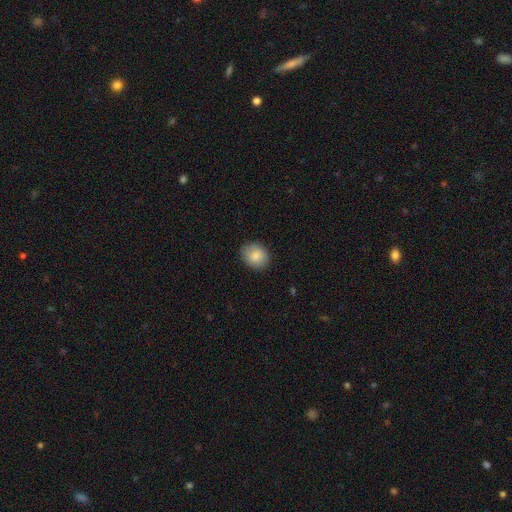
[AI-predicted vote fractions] Smooth or featured: smooth — 87% (star or artifact — 7%)
How rounded: round — 64% (in between — 35%)
Merging: none — 86% (minor disturbance — 10%)